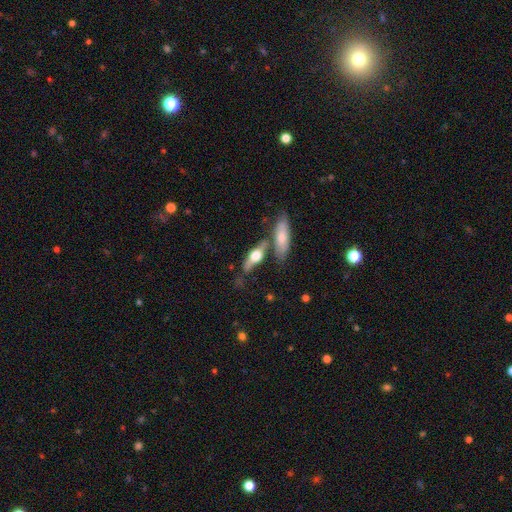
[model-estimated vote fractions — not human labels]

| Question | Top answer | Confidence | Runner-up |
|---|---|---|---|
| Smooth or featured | featured or disk | 53% | smooth (41%) |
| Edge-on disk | yes | 87% | no (13%) |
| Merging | none | 58% | merger (23%) |